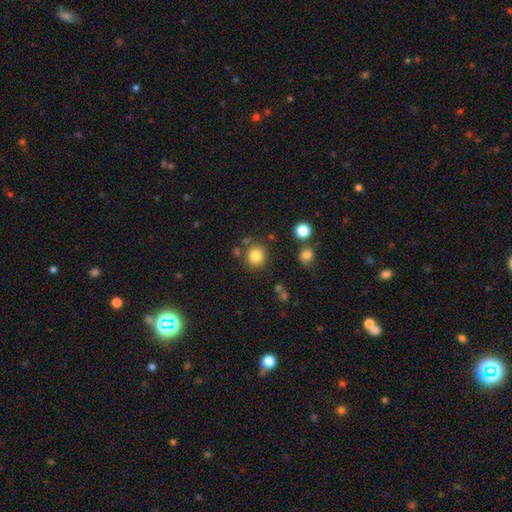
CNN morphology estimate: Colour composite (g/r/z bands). It shows a smooth galaxy with no disk features (82%) that is round (88%). Merging: none (81%).